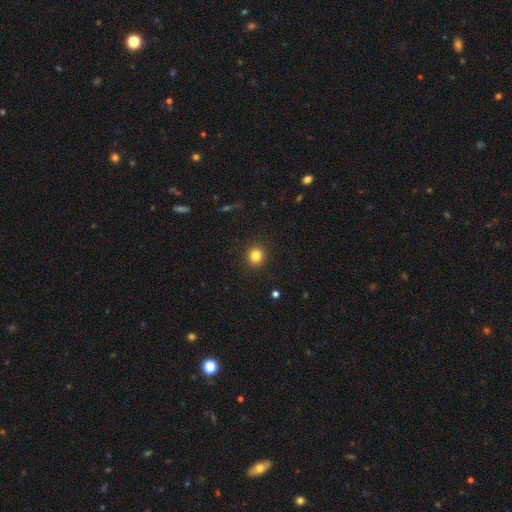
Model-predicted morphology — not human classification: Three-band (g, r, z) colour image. It shows a smooth galaxy with no disk features (83%) that is round (91%). Merging: none (92%).